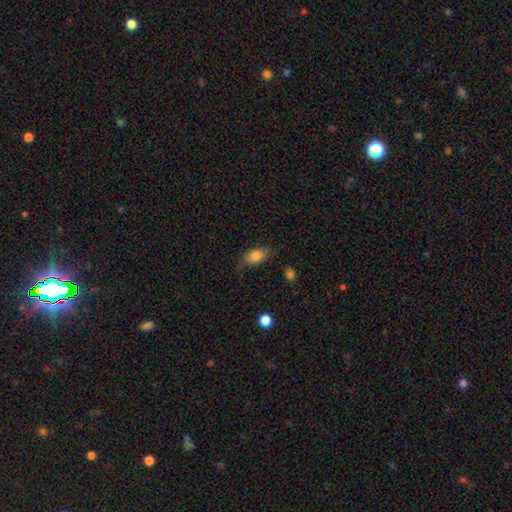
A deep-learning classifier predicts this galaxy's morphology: Smooth or featured? Predicted: smooth (p=0.81). How rounded? Predicted: in between (p=0.90). Merging? Predicted: none (p=0.62).